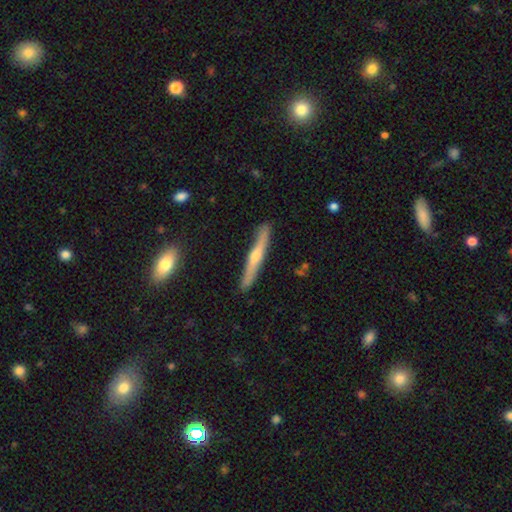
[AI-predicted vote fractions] A featured or disk galaxy (63%) viewed edge-on (96%) with a rounded central bulge (83%). Merging: none (88%).